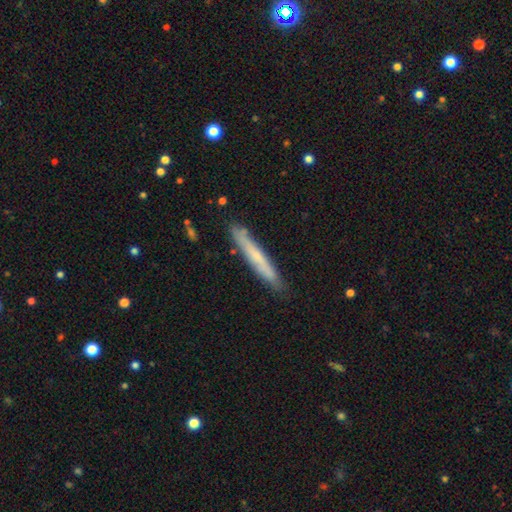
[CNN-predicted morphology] A smooth galaxy with no disk features (57%) that is cigar-shaped (96%). Merging: none (86%).